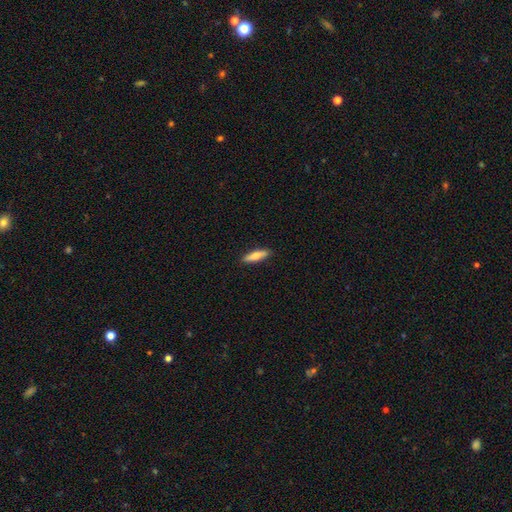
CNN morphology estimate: Smooth or featured? Predicted: smooth (p=0.70). How rounded? Predicted: cigar-shaped (p=0.70). Merging? Predicted: none (p=0.89).